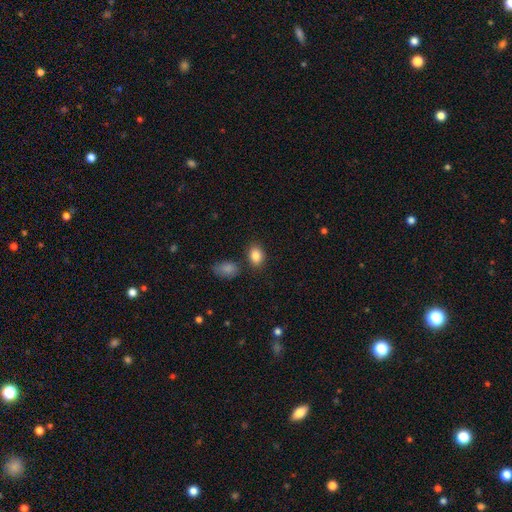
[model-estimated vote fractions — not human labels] A smooth galaxy with no disk features (86%) that is in between round and cigar-shaped (71%). Merging: none (79%).